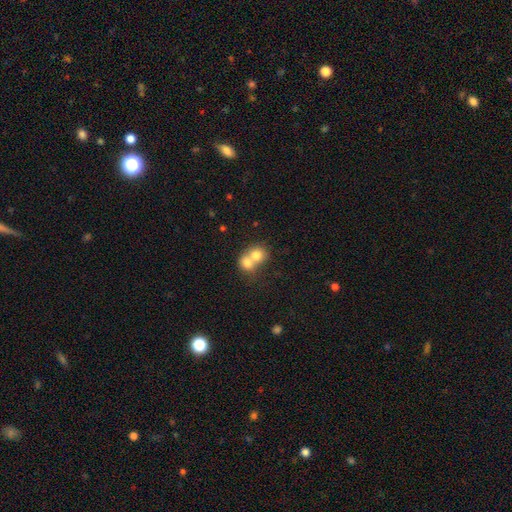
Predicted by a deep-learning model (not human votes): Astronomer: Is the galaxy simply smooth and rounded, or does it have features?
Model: smooth — 74%.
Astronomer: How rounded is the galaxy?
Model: round — 72%.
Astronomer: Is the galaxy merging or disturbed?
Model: merger — 73%.